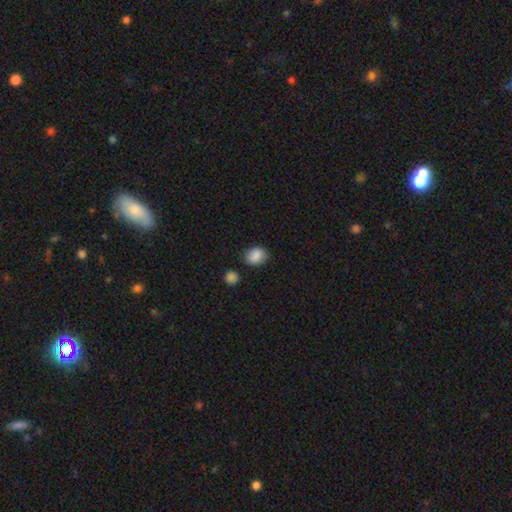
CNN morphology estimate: smooth 88%, star or artifact 8%, featured or disk 4%. Down the decision tree: how rounded — in between (56%); merging — none (80%).